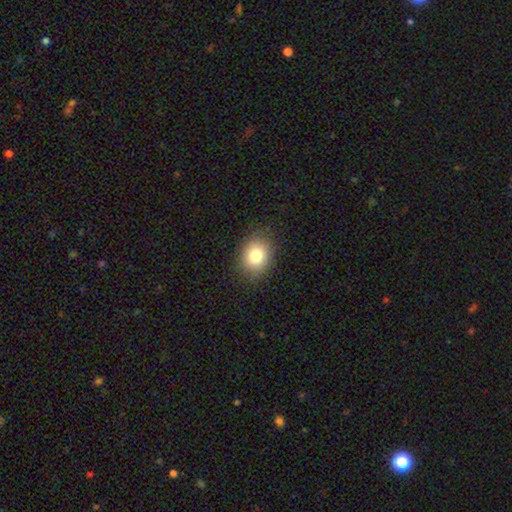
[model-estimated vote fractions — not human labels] The model was most divided on "how rounded": in between: 50%, round: 49%, cigar-shaped: 1%. More confident: merging — none (87%); smooth or featured — smooth (80%).